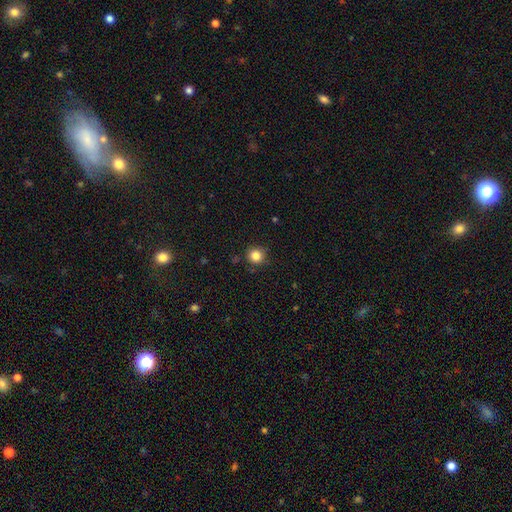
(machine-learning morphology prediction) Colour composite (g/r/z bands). It shows a smooth galaxy with no disk features (84%) that is round (94%). Merging: none (88%).